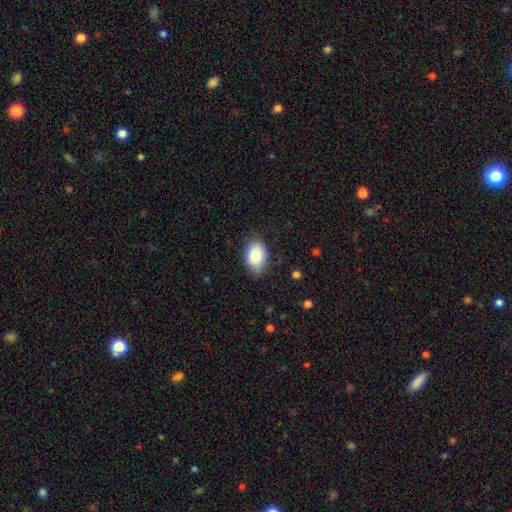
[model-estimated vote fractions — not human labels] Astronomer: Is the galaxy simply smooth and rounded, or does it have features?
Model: smooth — 87%.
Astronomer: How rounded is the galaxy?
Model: in between — 87%.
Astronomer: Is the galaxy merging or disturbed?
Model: none — 78%.